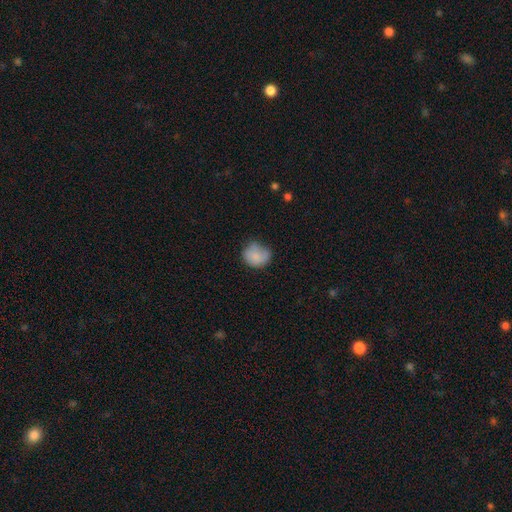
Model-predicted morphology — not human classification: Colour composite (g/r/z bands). It shows a smooth galaxy with no disk features (79%) that is round (71%). Merging: none (49%).